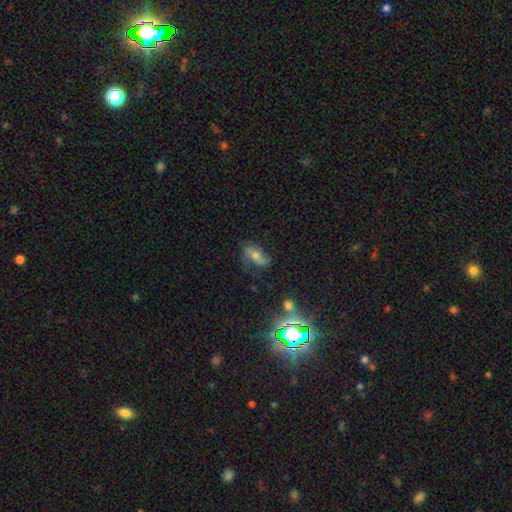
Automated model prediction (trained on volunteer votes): featured or disk 47%, smooth 34%, star or artifact 19%. Down the decision tree: merging — none (59%).